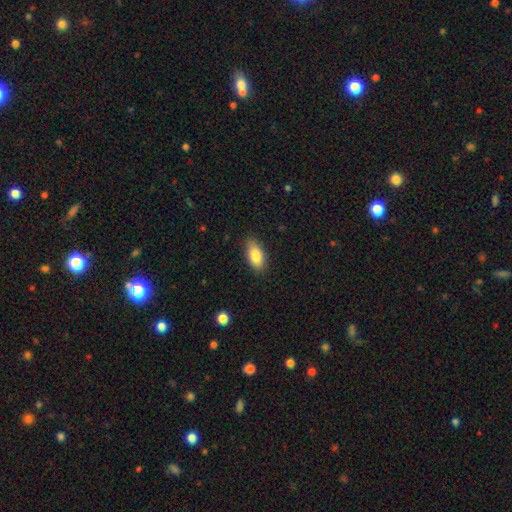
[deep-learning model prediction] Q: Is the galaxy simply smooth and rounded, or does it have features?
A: smooth — 84%.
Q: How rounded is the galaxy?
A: in between — 87%.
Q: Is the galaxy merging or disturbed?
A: none — 85%.